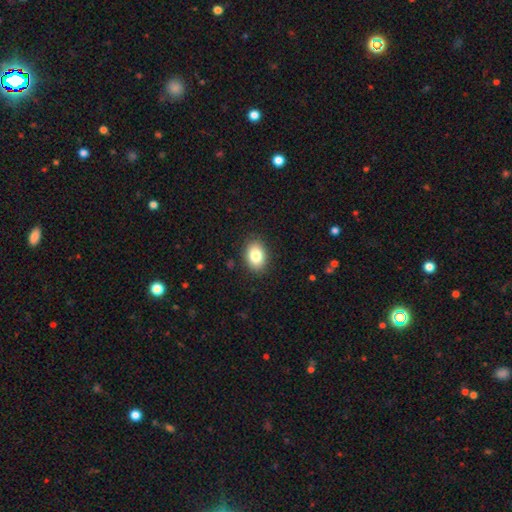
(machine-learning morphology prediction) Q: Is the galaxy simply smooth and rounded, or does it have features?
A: smooth — 83%.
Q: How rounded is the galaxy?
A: in between — 78%.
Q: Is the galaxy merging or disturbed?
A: none — 88%.